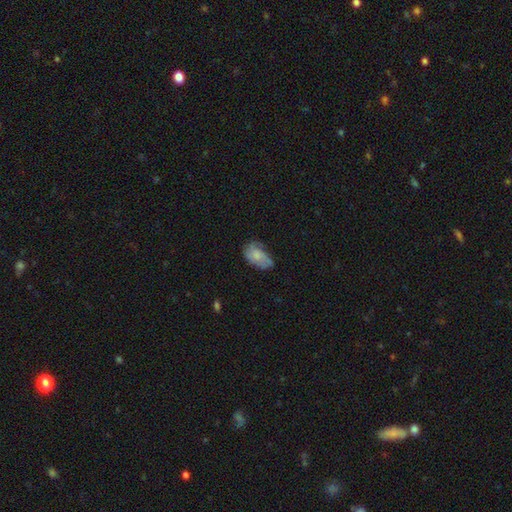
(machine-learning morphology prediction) Smooth or featured? smooth (58%)
How rounded? in between (90%)
Merging? none (45%)